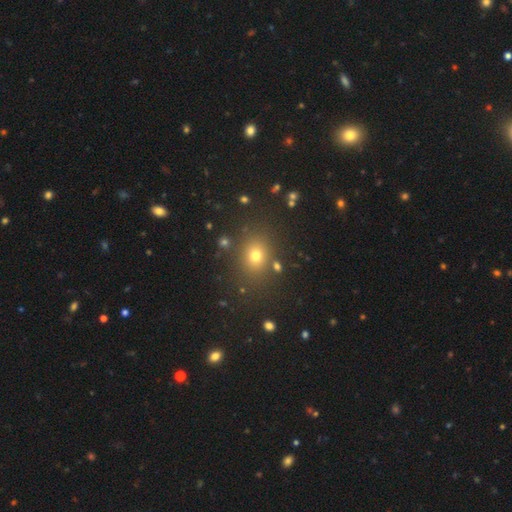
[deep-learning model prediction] smooth 71%, star or artifact 20%, featured or disk 9%. Down the decision tree: how rounded — round (59%); merging — none (84%).